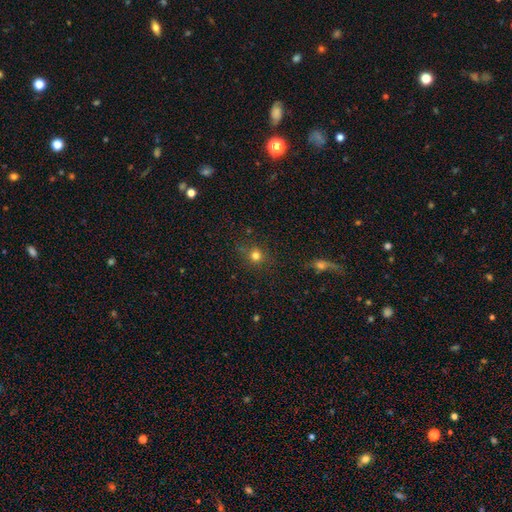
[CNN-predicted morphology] This appears to be a smooth galaxy with no disk features (74%) that is round (88%). Merging: none (82%).